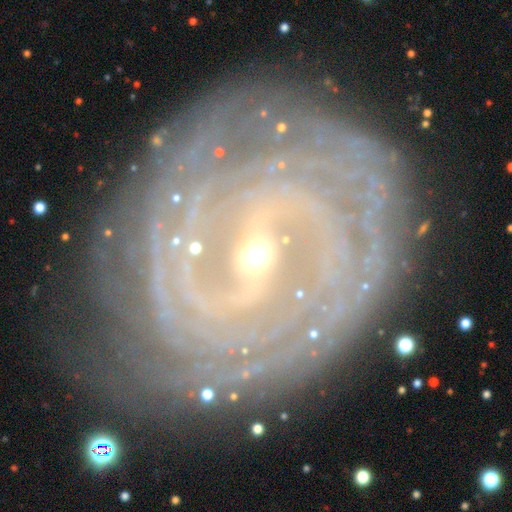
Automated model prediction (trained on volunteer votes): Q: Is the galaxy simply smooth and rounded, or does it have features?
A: featured or disk — 91%.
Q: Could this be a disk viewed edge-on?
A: no — 97%.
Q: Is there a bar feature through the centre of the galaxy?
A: strong — 42%.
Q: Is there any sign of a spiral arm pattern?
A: yes — 98%.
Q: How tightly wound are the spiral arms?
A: tight — 77%.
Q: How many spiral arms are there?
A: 2 — 23%, tied with can't tell.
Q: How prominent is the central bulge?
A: small — 74%.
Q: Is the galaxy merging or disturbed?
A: none — 77%.